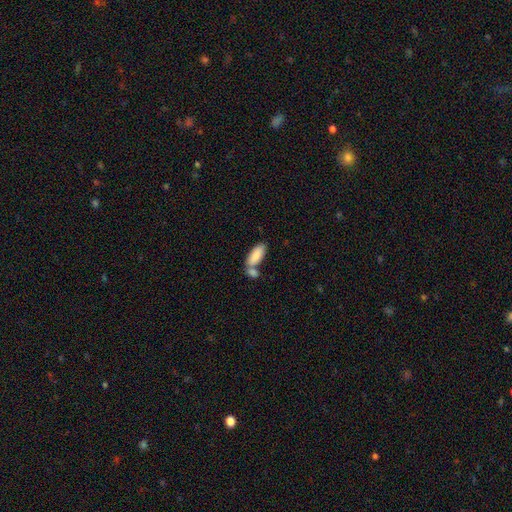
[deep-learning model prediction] A smooth galaxy with no disk features (85%) that is in between round and cigar-shaped (83%).

Vote fractions:
- Smooth or featured? smooth: 85% / featured or disk: 9% / star or artifact: 6%
- How rounded? in between: 83% / cigar-shaped: 15% / round: 2%
- Merging? none: 43% / merger: 42% / minor disturbance: 11% / major disturbance: 4%